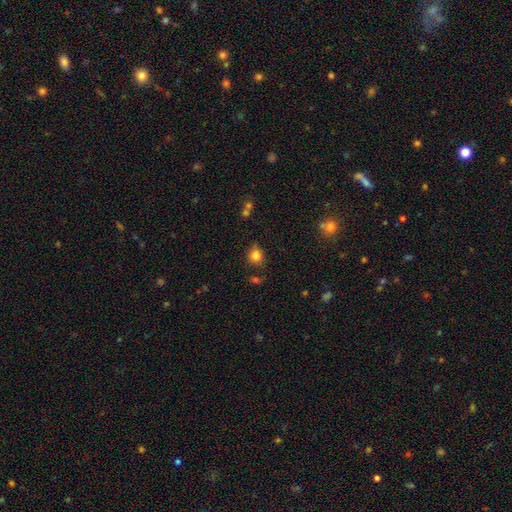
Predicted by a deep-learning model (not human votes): smooth-or-featured: smooth: 81% | star or artifact: 12% | featured or disk: 7%
  how-rounded: round: 75% | in between: 23% | cigar-shaped: 1%
  merging: none: 66% | minor disturbance: 23% | major disturbance: 6% | merger: 5%